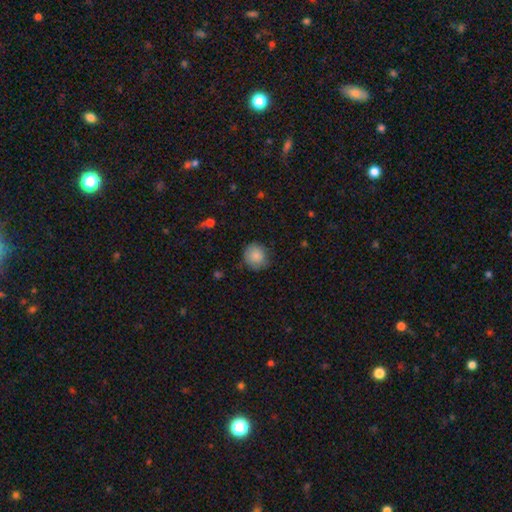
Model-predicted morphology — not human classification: type=smooth (86%); roundness=round (86%); merging=none (74%).